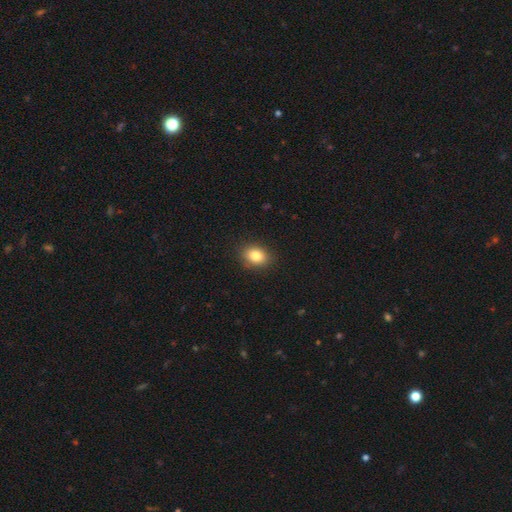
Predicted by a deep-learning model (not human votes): This appears to be a smooth galaxy with no disk features (83%) that is in between round and cigar-shaped (57%). Merging: none (88%).